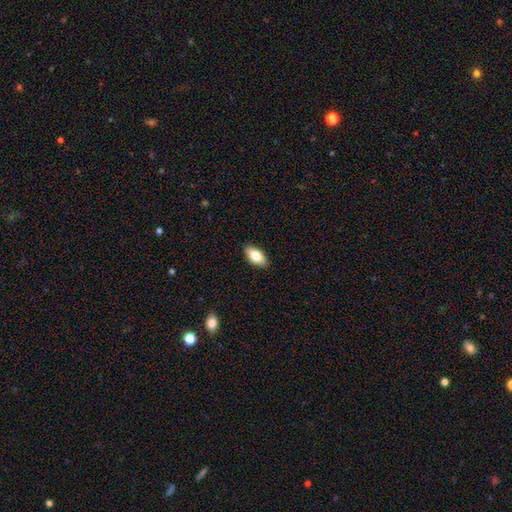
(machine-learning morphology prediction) This appears to be a smooth galaxy with no disk features (79%) that is in between round and cigar-shaped (90%). Merging: none (89%).